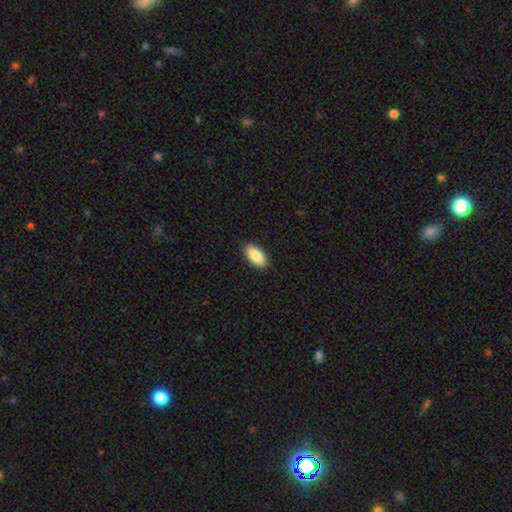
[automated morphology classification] Smooth or featured? Predicted: smooth (p=0.86). How rounded? Predicted: in between (p=0.92). Merging? Predicted: none (p=0.87).